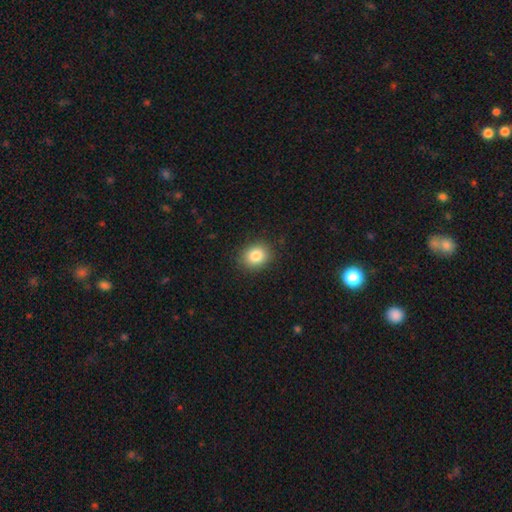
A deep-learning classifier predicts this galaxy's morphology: Overall: smooth (84%). How rounded: round (60%; in between 39%). Merging: none (89%).